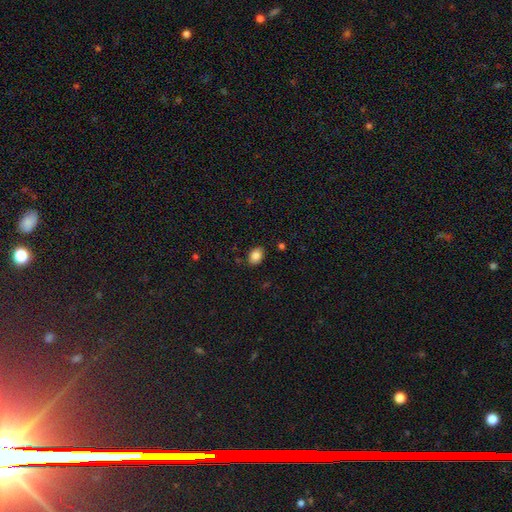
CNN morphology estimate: Smooth or featured? smooth (85%)
How rounded? in between (76%)
Merging? none (86%)